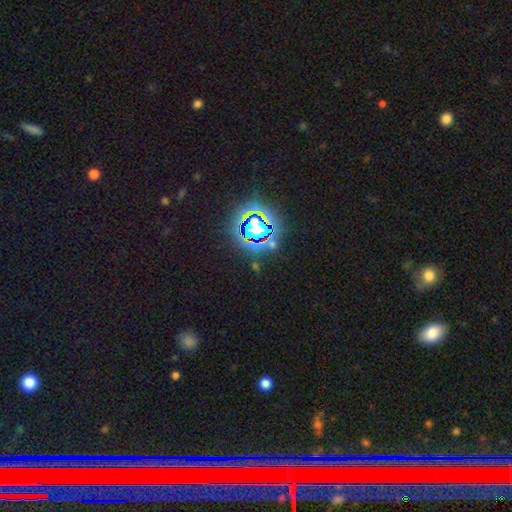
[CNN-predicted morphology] The model was most divided on "smooth or featured": star or artifact: 73%, smooth: 17%, featured or disk: 10%.